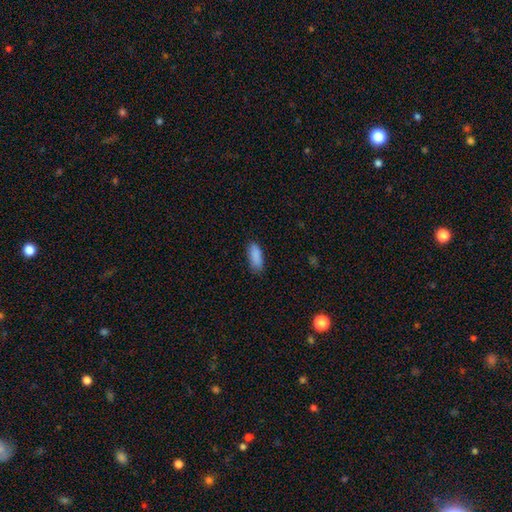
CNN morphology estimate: smooth_or_featured: smooth (p=0.89) [alt: star or artifact p=0.07]
how_rounded: in between (p=0.78) [alt: cigar-shaped p=0.20]
merging: none (p=0.83) [alt: minor disturbance p=0.13]